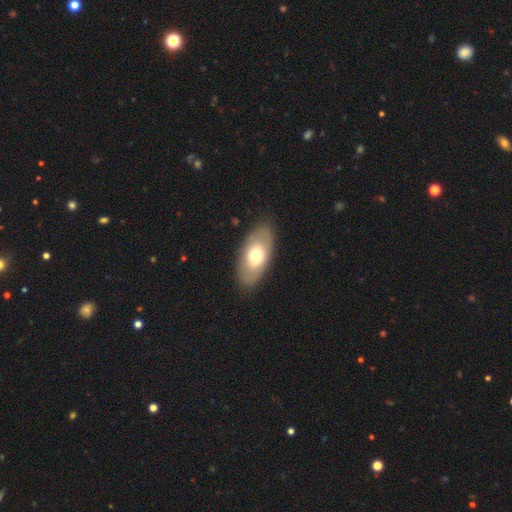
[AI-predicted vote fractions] Overall: smooth (58%; featured or disk 37%). How rounded: in between (91%). Merging: none (85%).